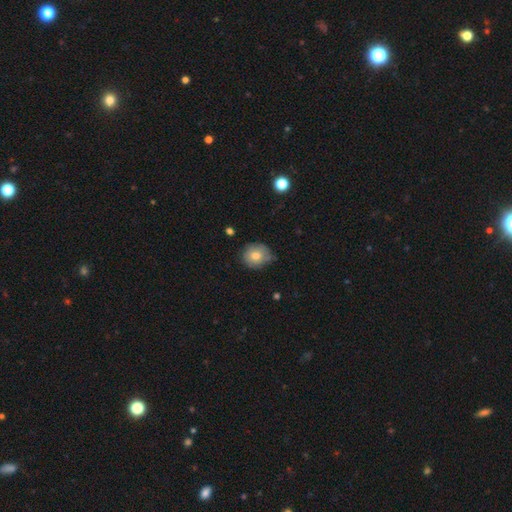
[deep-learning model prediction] Overall: smooth (70%). How rounded: round (81%). Merging: none (66%; minor disturbance 27%).